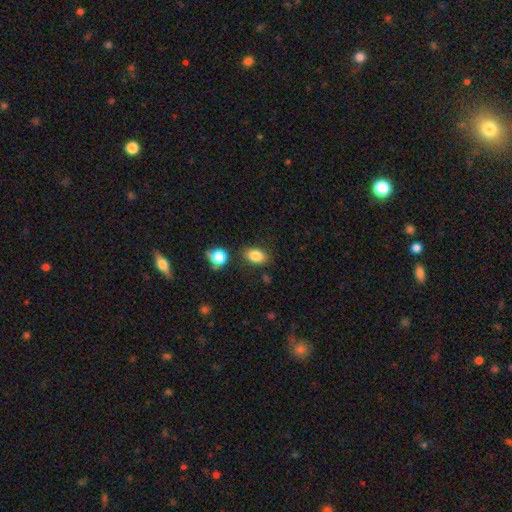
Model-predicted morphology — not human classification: smooth 84%, star or artifact 10%, featured or disk 6%. Down the decision tree: how rounded — in between (78%); merging — none (80%).